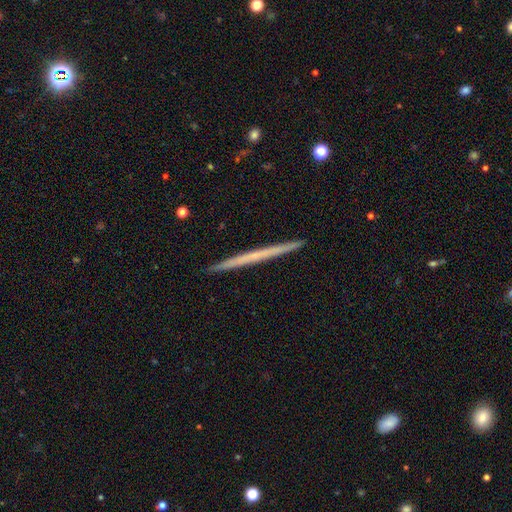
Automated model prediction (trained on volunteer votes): Smooth or featured?
  - featured or disk: 54% *
  - smooth: 41%
  - star or artifact: 6%
Edge-on disk?
  - yes: 98% *
  - no: 2%
Edge-on bulge?
  - none: 91% *
  - rounded: 7%
  - boxy: 2%
Merging?
  - none: 93% *
  - minor disturbance: 5%
  - major disturbance: 1%
  - merger: 1%